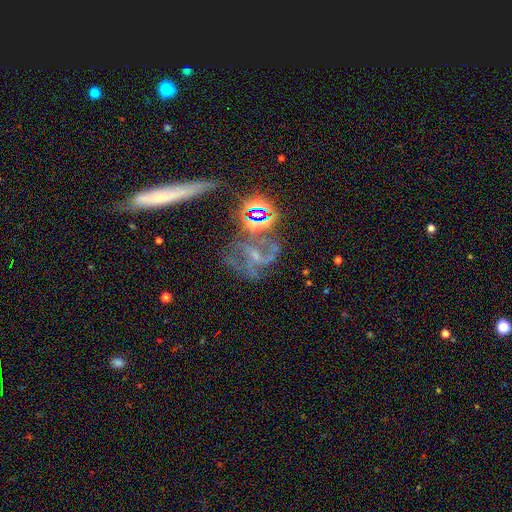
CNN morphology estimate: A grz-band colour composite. It shows a featured or disk galaxy (57%) with no bar (46%), spiral arms (74%) and a small central bulge (49%). Merging: none (38%).